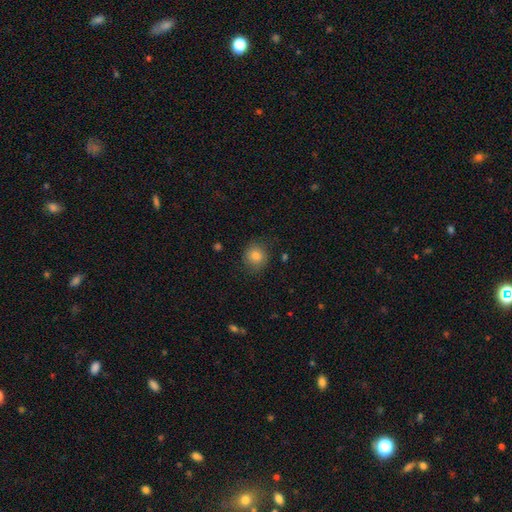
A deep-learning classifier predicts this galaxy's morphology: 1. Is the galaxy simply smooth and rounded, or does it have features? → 81% smooth, 11% star or artifact, 8% featured or disk.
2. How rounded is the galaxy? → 87% round, 12% in between, 1% cigar-shaped.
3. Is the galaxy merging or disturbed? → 83% none, 12% minor disturbance, 4% major disturbance, 1% merger.